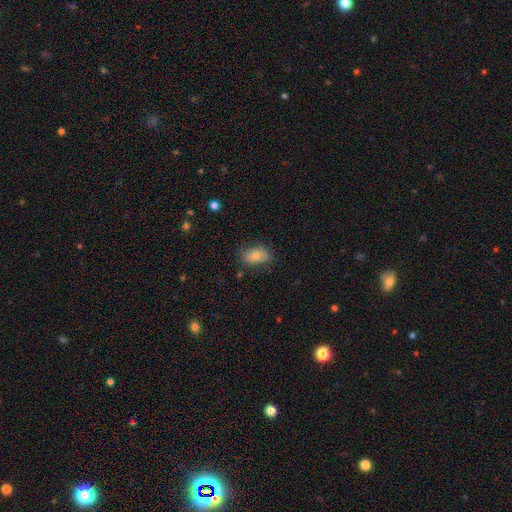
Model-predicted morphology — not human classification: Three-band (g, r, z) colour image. It shows a smooth galaxy with no disk features (58%) that is in between round and cigar-shaped (83%). Merging: none (73%).